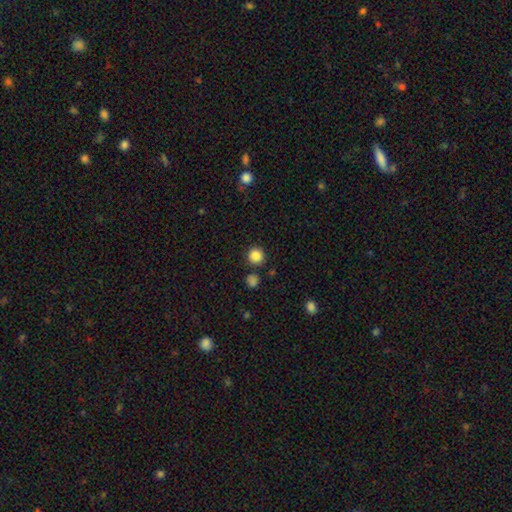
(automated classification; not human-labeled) smooth-or-featured: smooth: 85% | star or artifact: 11% | featured or disk: 4%
  how-rounded: round: 94% | in between: 5% | cigar-shaped: 1%
  merging: none: 88% | minor disturbance: 6% | merger: 4% | major disturbance: 2%